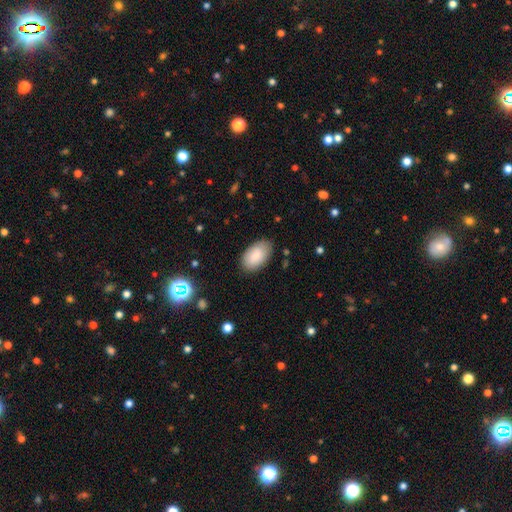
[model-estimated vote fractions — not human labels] Smooth or featured? Predicted: smooth (p=0.86). How rounded? Predicted: in between (p=0.95). Merging? Predicted: none (p=0.84).